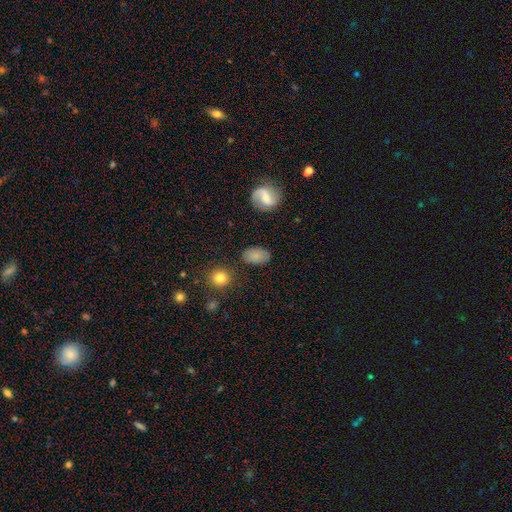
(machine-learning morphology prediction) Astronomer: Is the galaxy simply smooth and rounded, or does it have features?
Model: smooth — 76%.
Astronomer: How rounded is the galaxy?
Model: in between — 89%.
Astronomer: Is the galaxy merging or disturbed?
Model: none — 79%.